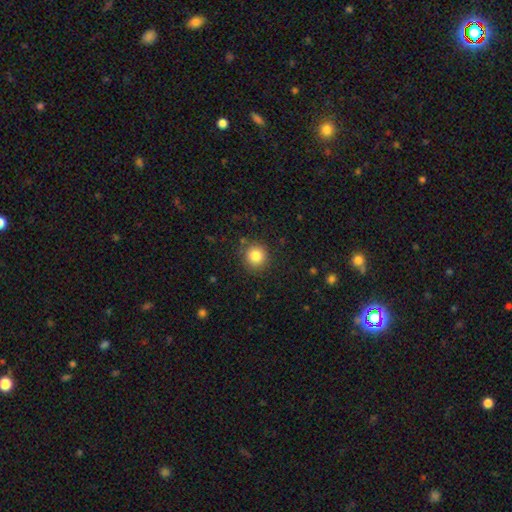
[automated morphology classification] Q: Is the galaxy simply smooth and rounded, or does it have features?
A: smooth — 84%.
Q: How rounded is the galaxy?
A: round — 92%.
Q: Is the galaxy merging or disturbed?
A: none — 87%.